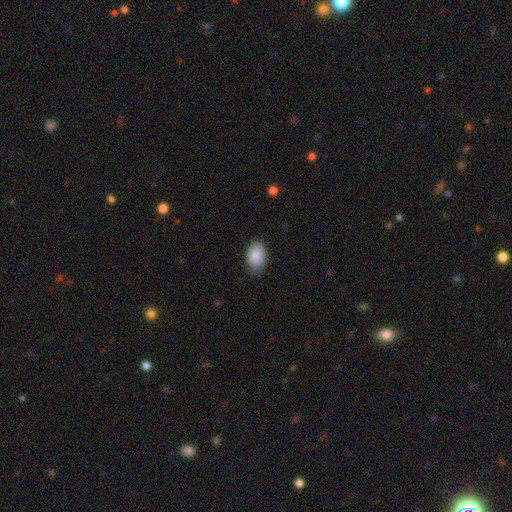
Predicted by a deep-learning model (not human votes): smooth_or_featured: smooth (p=0.89) [alt: star or artifact p=0.06]
how_rounded: in between (p=0.92) [alt: round p=0.07]
merging: none (p=0.80) [alt: minor disturbance p=0.16]